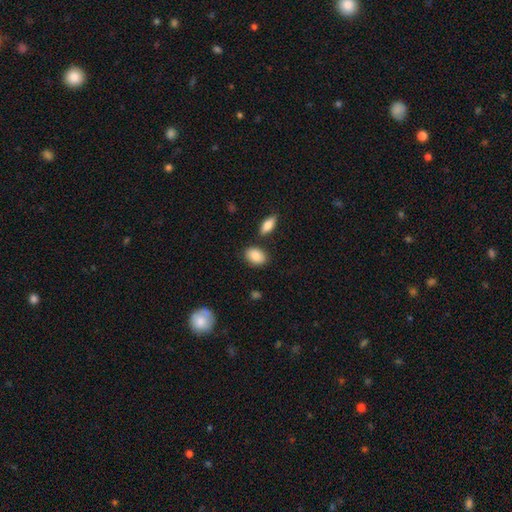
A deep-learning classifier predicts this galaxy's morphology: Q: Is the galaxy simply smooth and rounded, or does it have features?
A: smooth — 86%.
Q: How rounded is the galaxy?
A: in between — 82%.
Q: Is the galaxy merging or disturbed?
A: none — 80%.